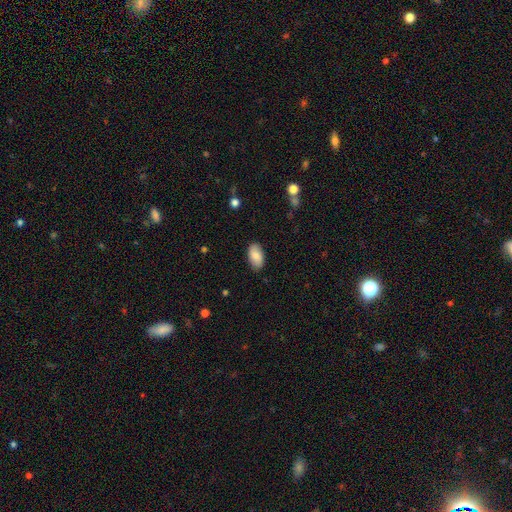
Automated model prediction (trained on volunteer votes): Overall: smooth (78%). How rounded: in between (94%). Merging: none (85%).